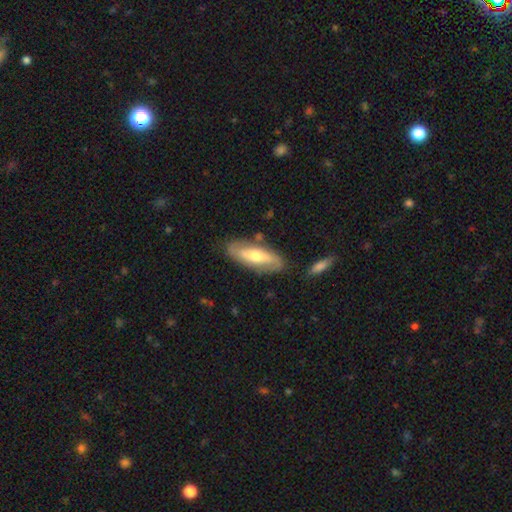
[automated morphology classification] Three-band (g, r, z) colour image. It shows a featured or disk galaxy (51%). Merging: none (78%).